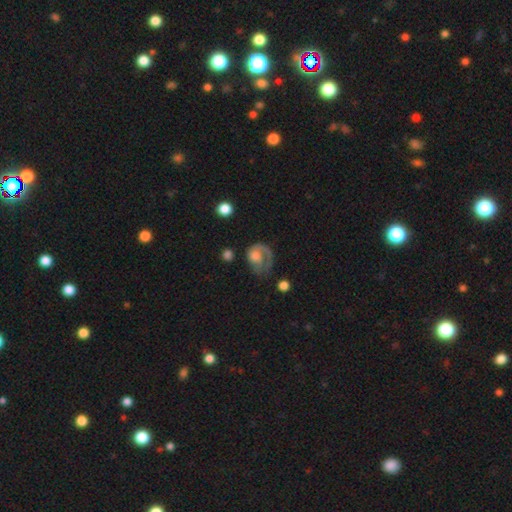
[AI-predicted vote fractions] This appears to be a featured or disk galaxy (57%) with no bar (81%), spiral arms (76%) and a moderate central bulge (40%). Merging: major disturbance (41%).